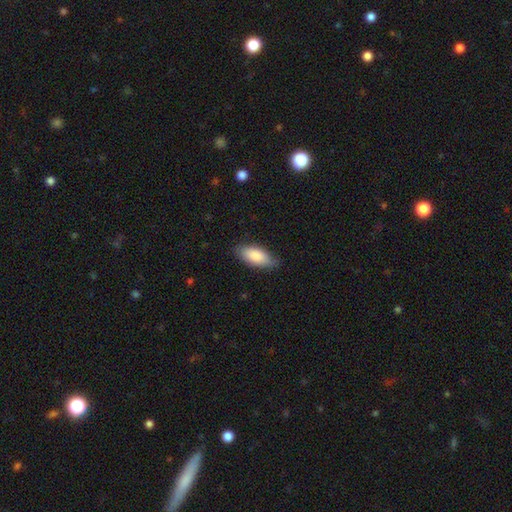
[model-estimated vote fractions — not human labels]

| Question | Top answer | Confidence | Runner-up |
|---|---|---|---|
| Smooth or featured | smooth | 84% | featured or disk (10%) |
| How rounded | in between | 86% | cigar-shaped (12%) |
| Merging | none | 78% | minor disturbance (18%) |